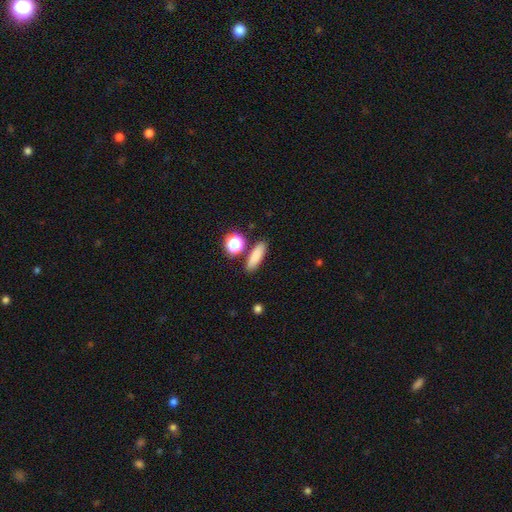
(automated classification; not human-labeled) A smooth galaxy with no disk features (81%) that is cigar-shaped (50%). Merging: none (82%).